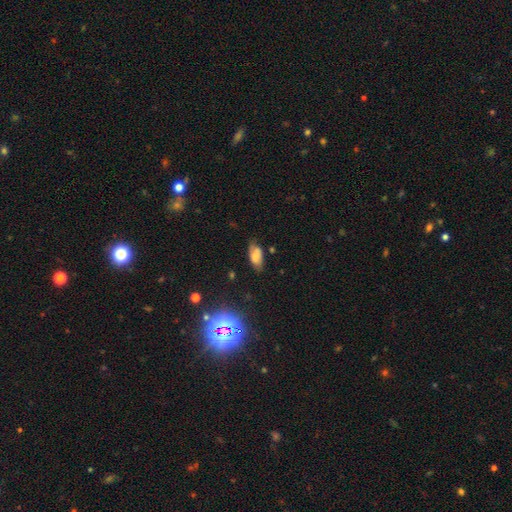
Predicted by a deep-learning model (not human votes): smooth-or-featured: smooth: 66% | featured or disk: 21% | star or artifact: 13%
  how-rounded: in between: 89% | cigar-shaped: 7% | round: 3%
  merging: none: 66% | minor disturbance: 26% | major disturbance: 6% | merger: 2%